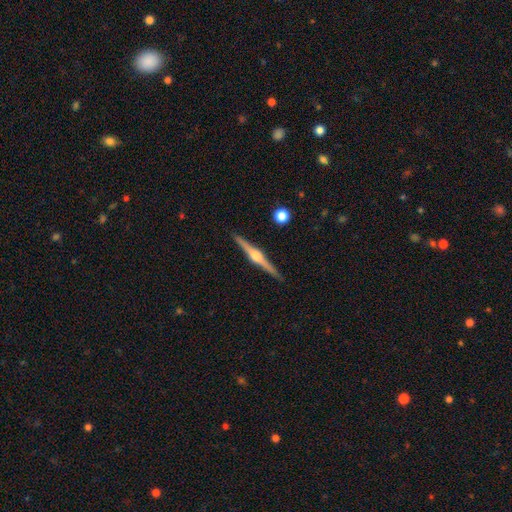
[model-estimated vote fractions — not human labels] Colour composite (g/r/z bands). It shows a featured or disk galaxy (84%) viewed edge-on (99%) with a rounded central bulge (92%). Merging: none (91%).